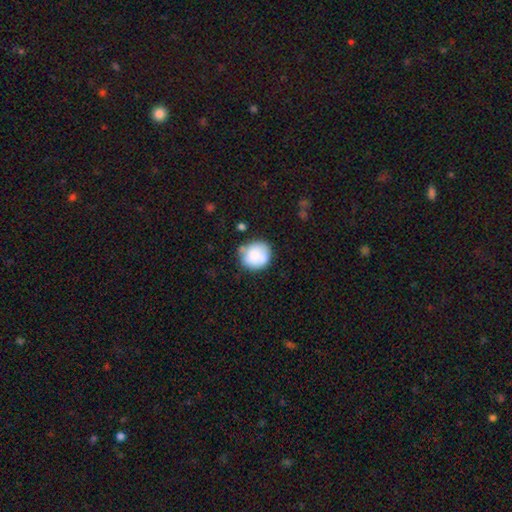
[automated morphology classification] Smooth or featured? Predicted: smooth (p=0.75). How rounded? Predicted: round (p=0.79). Merging? Predicted: none (p=0.60).